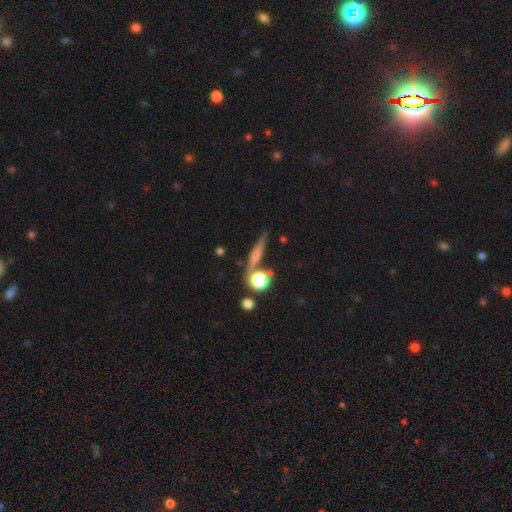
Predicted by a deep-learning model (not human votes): Morphology: type=featured or disk (45%); merging=none (72%).